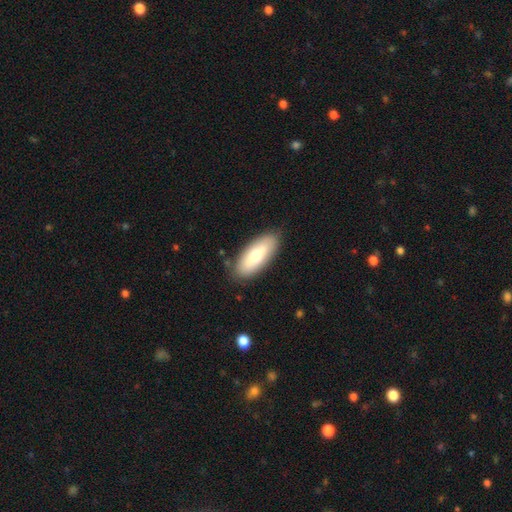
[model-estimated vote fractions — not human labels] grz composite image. It shows a smooth galaxy with no disk features (74%) that is in between round and cigar-shaped (78%). Merging: none (85%).